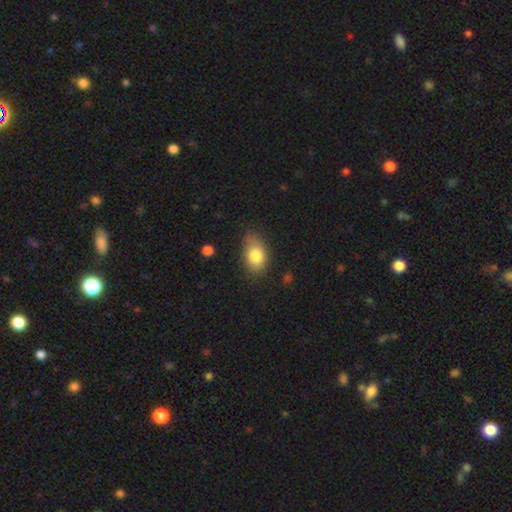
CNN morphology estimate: Smooth or featured: smooth — 81% (featured or disk — 11%)
How rounded: in between — 84% (round — 14%)
Merging: none — 67% (minor disturbance — 25%)